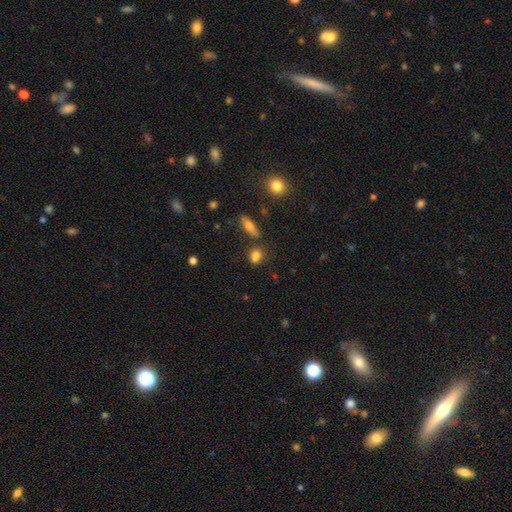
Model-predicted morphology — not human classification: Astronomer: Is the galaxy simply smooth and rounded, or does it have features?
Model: smooth — 77%.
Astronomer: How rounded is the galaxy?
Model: in between — 58% (runner-up: round, 35%).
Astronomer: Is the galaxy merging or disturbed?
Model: none — 59%.